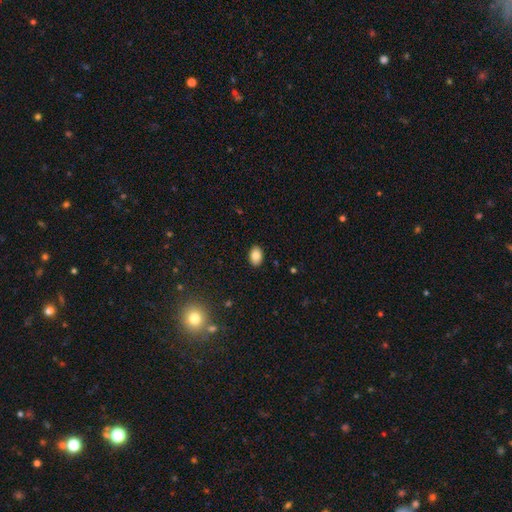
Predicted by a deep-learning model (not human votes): Overall: smooth (85%). How rounded: in between (87%). Merging: none (89%).